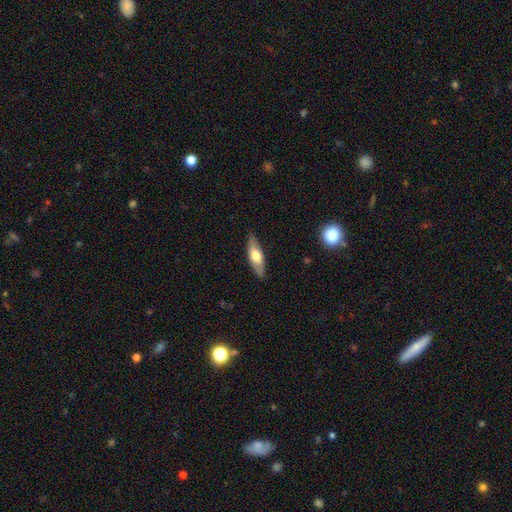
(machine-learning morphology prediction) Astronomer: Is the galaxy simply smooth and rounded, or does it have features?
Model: smooth — 54% (runner-up: featured or disk, 41%).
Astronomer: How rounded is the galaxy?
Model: in between — 51% (runner-up: cigar-shaped, 47%).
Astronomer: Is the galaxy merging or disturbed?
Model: none — 85%.